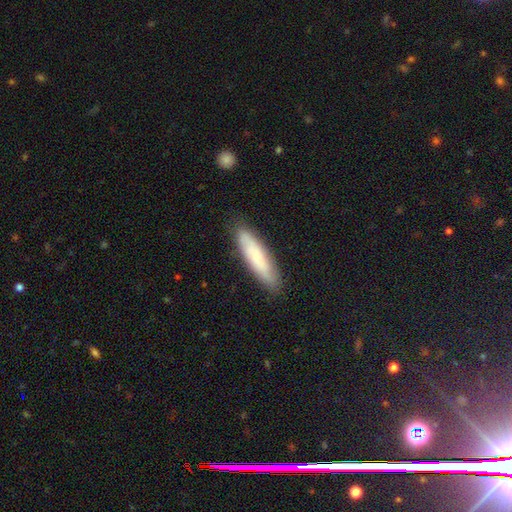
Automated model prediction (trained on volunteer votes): A smooth galaxy with no disk features (63%) that is cigar-shaped (73%). Merging: none (85%).